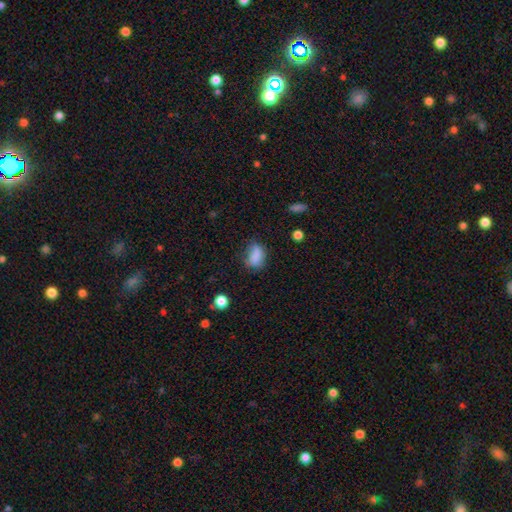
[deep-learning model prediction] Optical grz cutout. It shows a smooth galaxy with no disk features (81%) that is in between round and cigar-shaped (81%). Merging: none (56%).